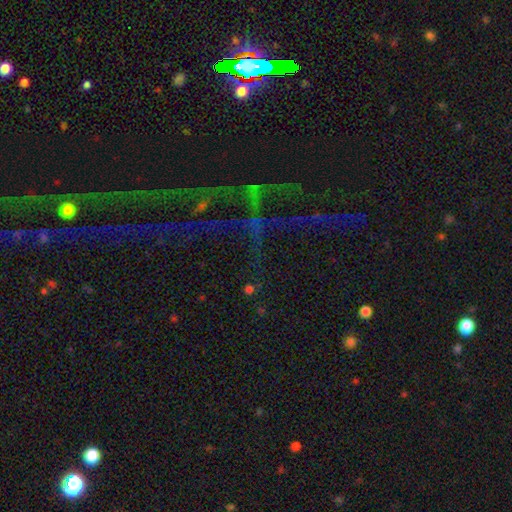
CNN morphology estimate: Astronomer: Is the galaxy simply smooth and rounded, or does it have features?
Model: star or artifact — 81%.